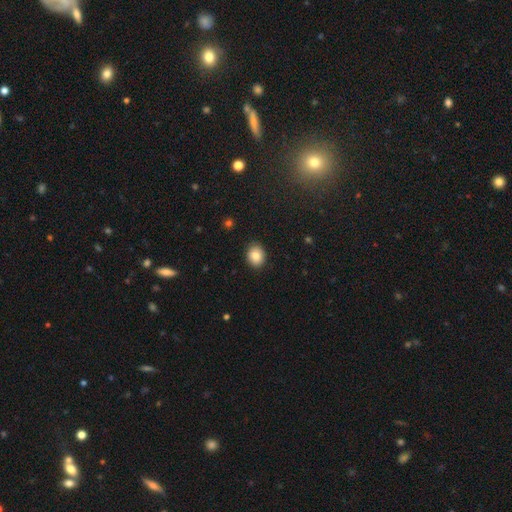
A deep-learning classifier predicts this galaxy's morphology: Q: Smooth or featured?
A: smooth (85%); runner-up: star or artifact (9%)
Q: How rounded?
A: round (53%); runner-up: in between (46%)
Q: Merging?
A: none (88%); runner-up: minor disturbance (9%)